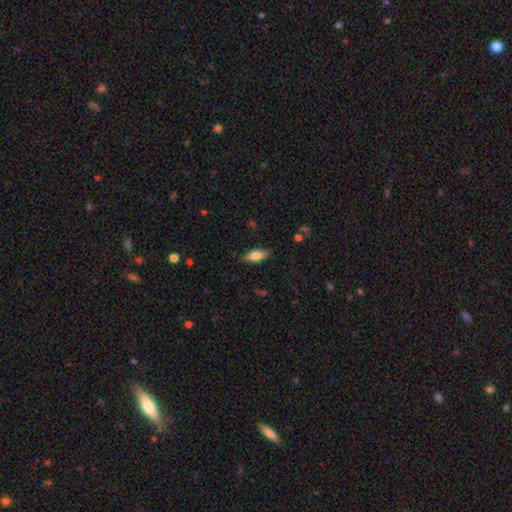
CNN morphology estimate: Overall: smooth (78%). How rounded: in between (78%). Merging: none (84%).